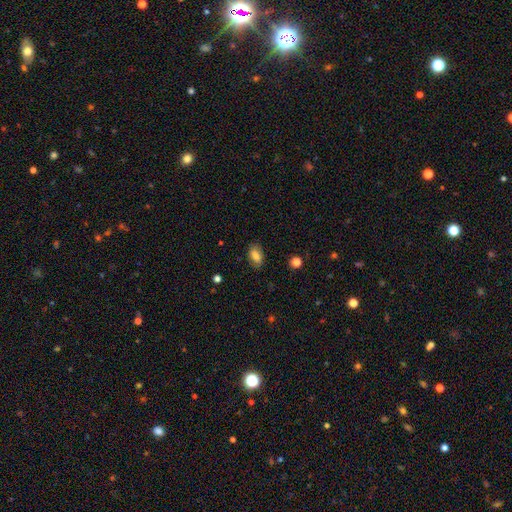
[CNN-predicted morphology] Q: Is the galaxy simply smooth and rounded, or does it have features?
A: smooth — 81%.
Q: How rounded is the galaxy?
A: in between — 90%.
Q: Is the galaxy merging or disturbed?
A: none — 84%.